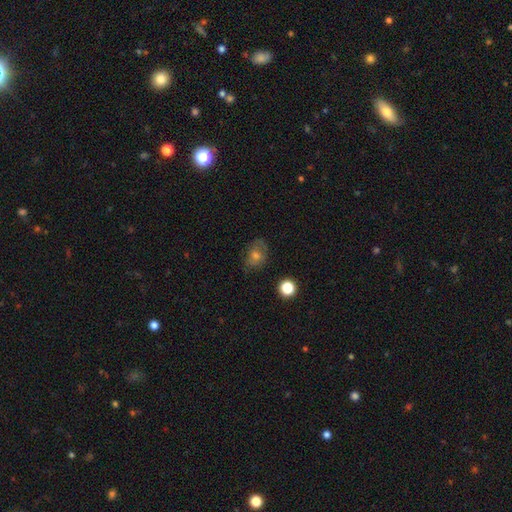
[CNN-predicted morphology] A smooth galaxy with no disk features (55%) that is in between round and cigar-shaped (57%). Merging: none (67%).